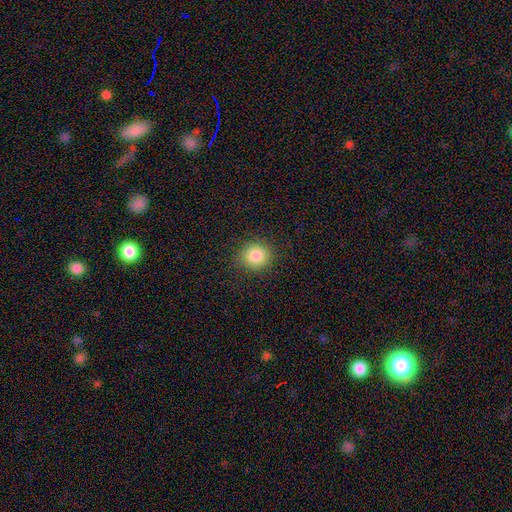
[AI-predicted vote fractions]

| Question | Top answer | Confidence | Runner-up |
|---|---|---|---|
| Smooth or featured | smooth | 84% | star or artifact (10%) |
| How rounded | round | 84% | in between (15%) |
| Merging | none | 88% | minor disturbance (9%) |